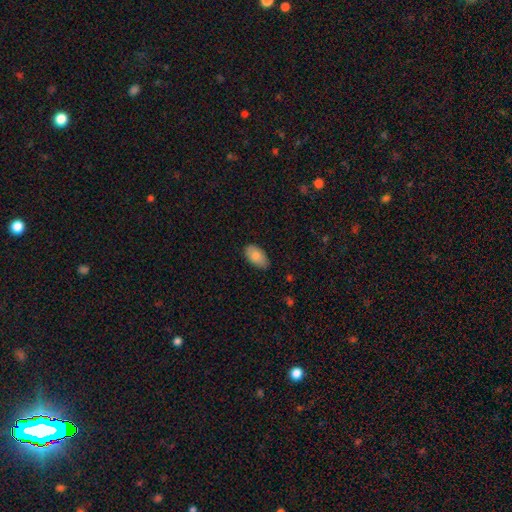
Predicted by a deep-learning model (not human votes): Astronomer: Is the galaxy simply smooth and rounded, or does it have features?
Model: smooth — 82%.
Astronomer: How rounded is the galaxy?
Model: in between — 94%.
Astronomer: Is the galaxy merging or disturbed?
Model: none — 83%.